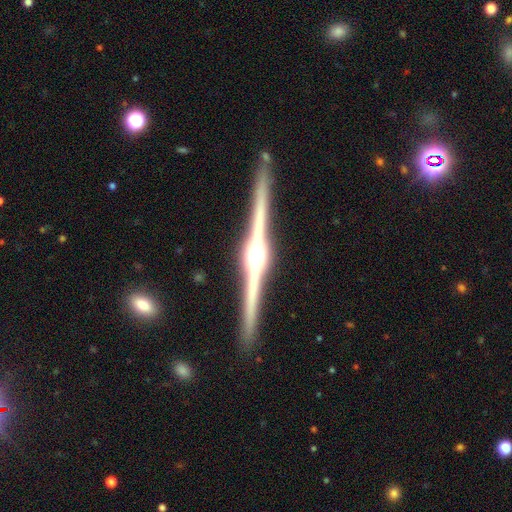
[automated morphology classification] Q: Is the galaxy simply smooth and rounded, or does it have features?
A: featured or disk — 85%.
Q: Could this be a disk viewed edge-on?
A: yes — 98%.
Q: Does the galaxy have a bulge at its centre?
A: rounded — 86%.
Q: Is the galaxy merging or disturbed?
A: none — 89%.